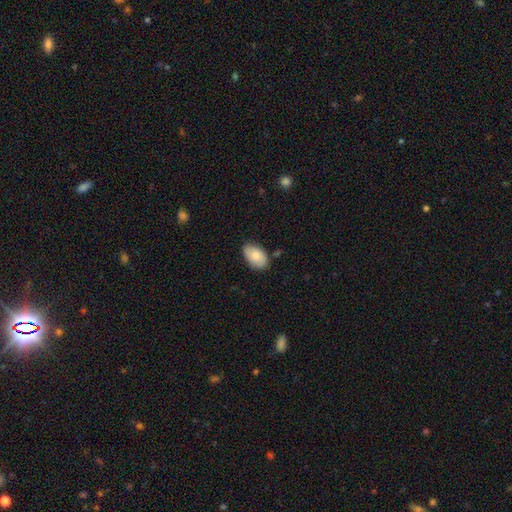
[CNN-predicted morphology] Smooth or featured?
  - smooth: 81% *
  - featured or disk: 13%
  - star or artifact: 6%
How rounded?
  - in between: 93% *
  - round: 6%
  - cigar-shaped: 1%
Merging?
  - none: 77% *
  - minor disturbance: 18%
  - major disturbance: 3%
  - merger: 2%